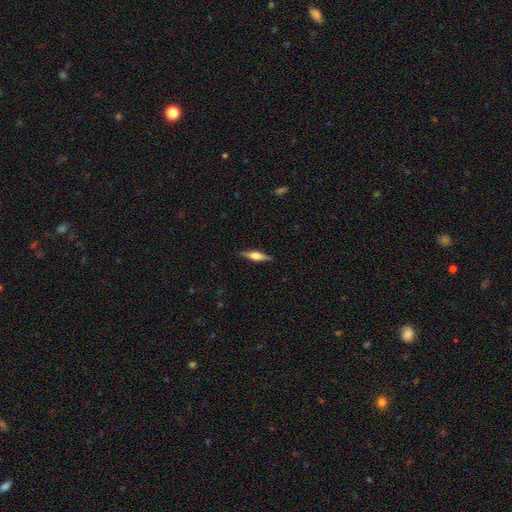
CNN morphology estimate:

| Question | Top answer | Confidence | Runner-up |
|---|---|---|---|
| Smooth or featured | featured or disk | 61% | smooth (33%) |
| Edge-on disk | yes | 96% | no (4%) |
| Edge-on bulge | rounded | 85% | boxy (12%) |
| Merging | none | 89% | minor disturbance (8%) |